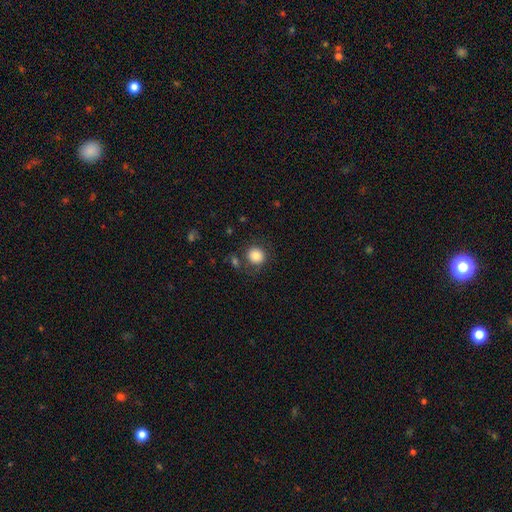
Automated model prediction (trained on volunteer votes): Smooth or featured? smooth (83%)
How rounded? round (89%)
Merging? none (80%)